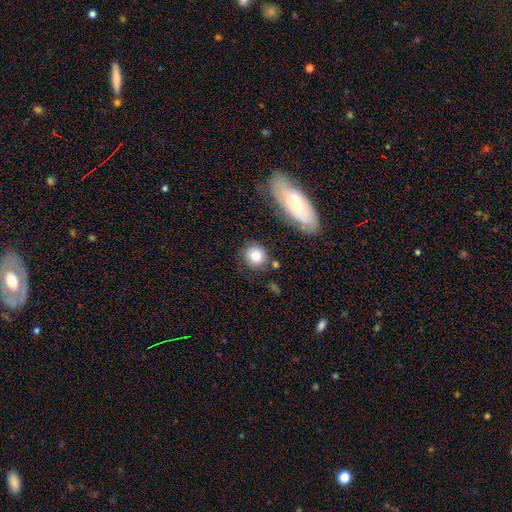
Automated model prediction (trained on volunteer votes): Smooth or featured: smooth — 80% (featured or disk — 10%)
How rounded: round — 84% (in between — 14%)
Merging: none — 74% (minor disturbance — 12%)